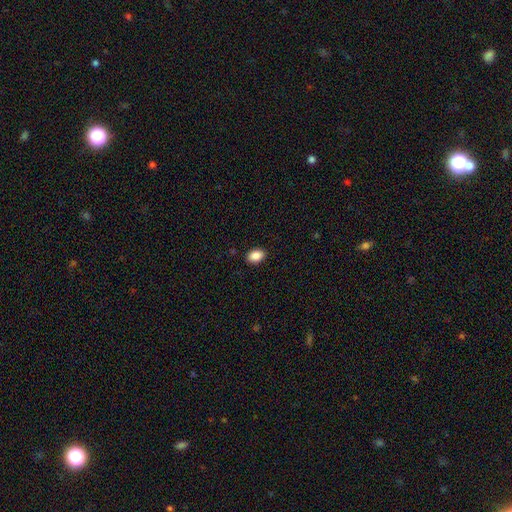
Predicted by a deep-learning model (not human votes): Smooth or featured? Predicted: smooth (p=0.88). How rounded? Predicted: in between (p=0.83). Merging? Predicted: none (p=0.90).